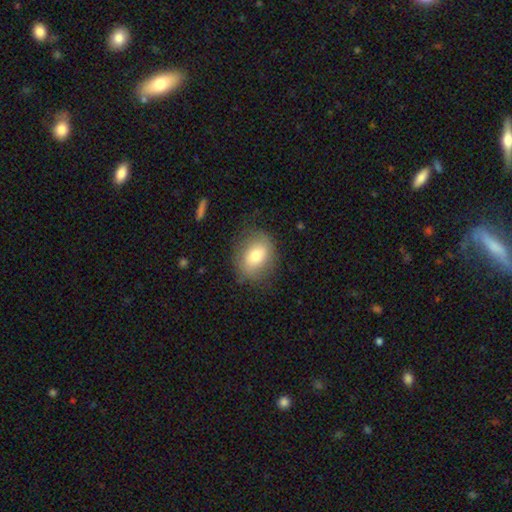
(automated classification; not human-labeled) smooth-or-featured: smooth: 72% | featured or disk: 21% | star or artifact: 8%
  how-rounded: in between: 60% | round: 38% | cigar-shaped: 1%
  merging: none: 75% | minor disturbance: 17% | major disturbance: 6% | merger: 1%